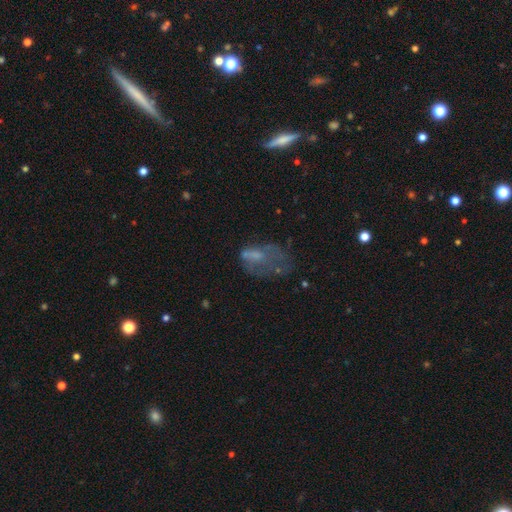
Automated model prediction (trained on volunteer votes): Morphology: type=smooth (44%); merging=major disturbance (45%).